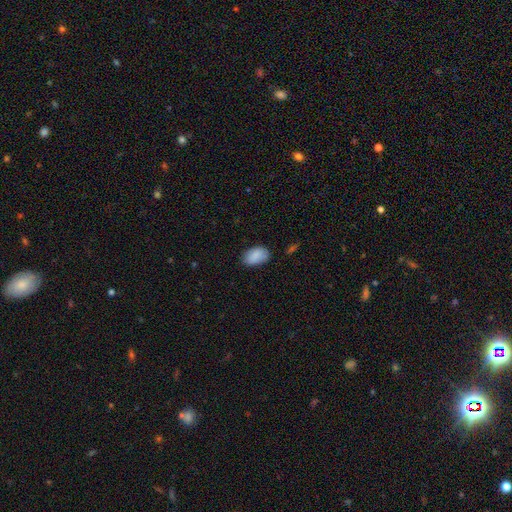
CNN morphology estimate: smooth-or-featured: smooth: 88% | star or artifact: 7% | featured or disk: 5%
  how-rounded: in between: 90% | round: 8% | cigar-shaped: 1%
  merging: none: 78% | minor disturbance: 17% | major disturbance: 3% | merger: 1%